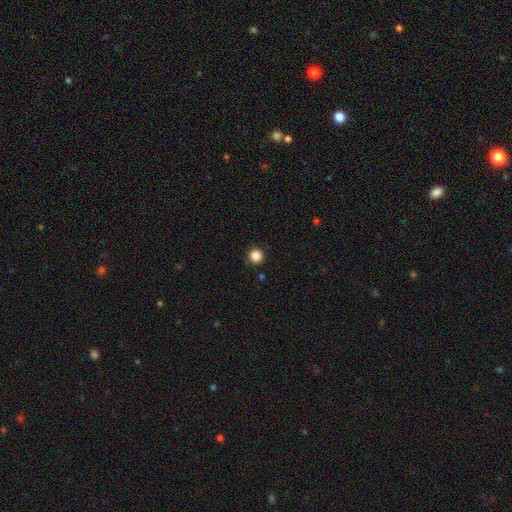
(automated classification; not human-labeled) Smooth or featured? Predicted: smooth (p=0.85). How rounded? Predicted: round (p=0.96). Merging? Predicted: none (p=0.92).